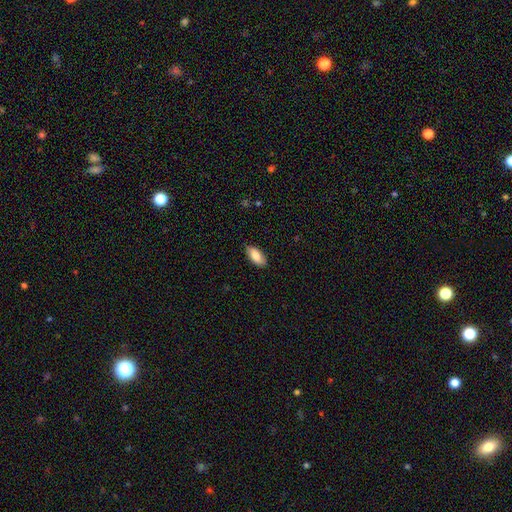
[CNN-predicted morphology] smooth 85%, featured or disk 9%, star or artifact 6%. Down the decision tree: how rounded — in between (89%); merging — none (86%).